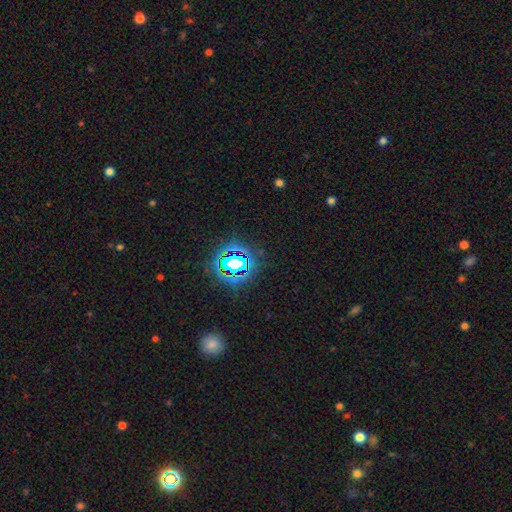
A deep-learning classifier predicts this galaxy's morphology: Q: Smooth or featured?
A: star or artifact (79%); runner-up: smooth (13%)